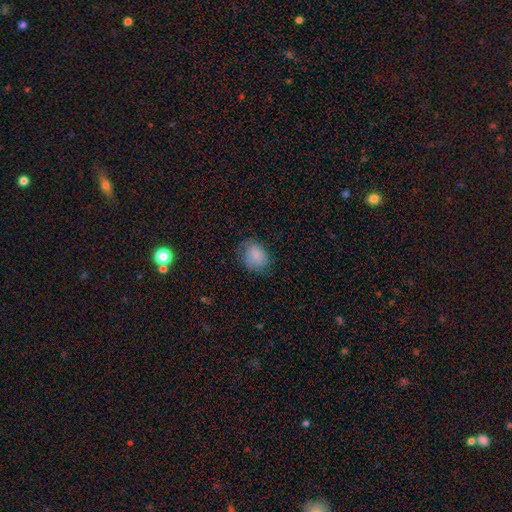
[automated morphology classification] smooth_or_featured: smooth (p=0.83) [alt: star or artifact p=0.08]
how_rounded: round (p=0.51) [alt: in between p=0.48]
merging: none (p=0.69) [alt: minor disturbance p=0.22]